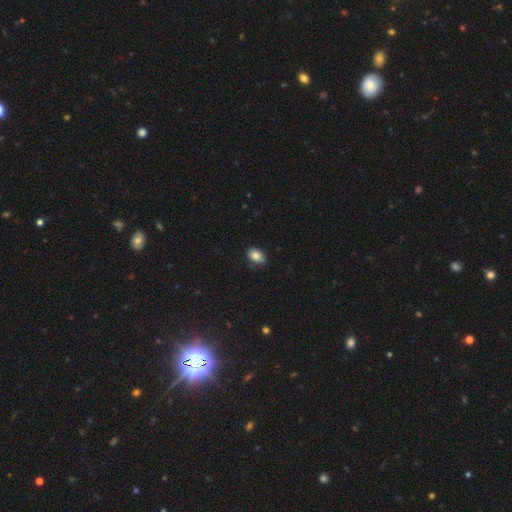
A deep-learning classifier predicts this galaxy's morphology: A smooth galaxy with no disk features (85%) that is in between round and cigar-shaped (83%). Merging: none (83%).